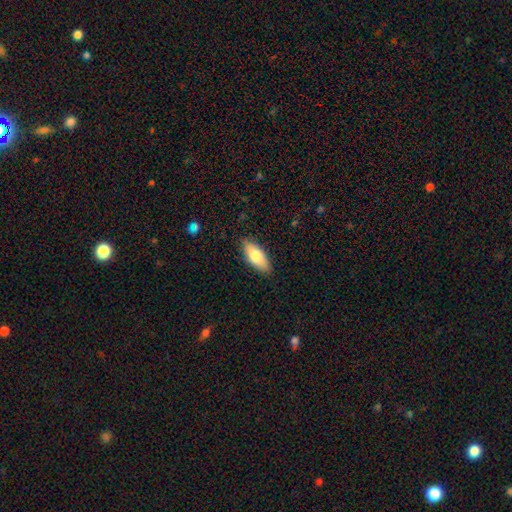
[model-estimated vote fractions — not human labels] This appears to be a smooth galaxy with no disk features (75%) that is in between round and cigar-shaped (81%). Merging: none (86%).